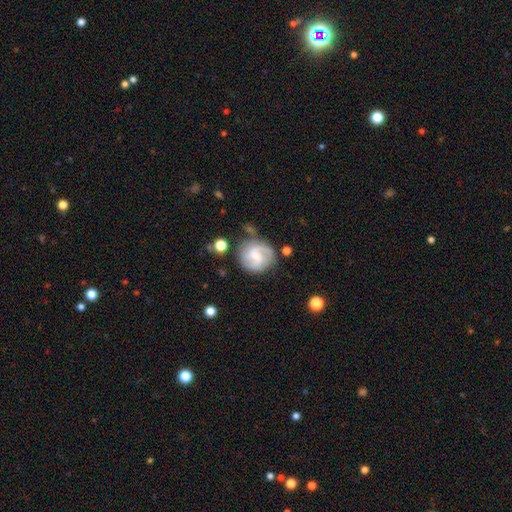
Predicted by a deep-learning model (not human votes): This is likely a featured or disk galaxy (76%). It is clearly not viewed edge-on (98%). Bar: possibly weak (53%). Spiral arm pattern: clearly yes (94%). Spiral arm count: likely 2 (74%). Spiral winding: possibly medium (49%). Central bulge: possibly small (52%). Merging: likely none (69%).